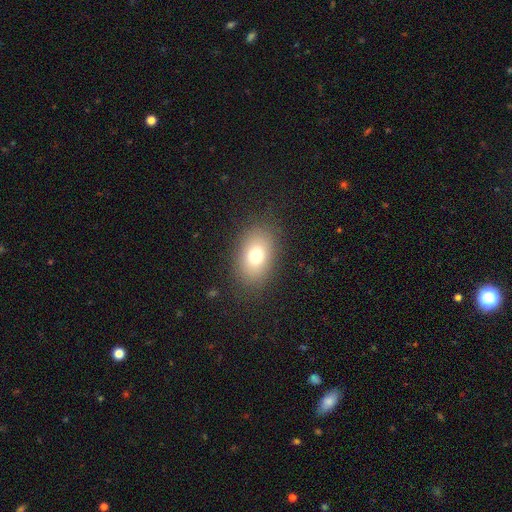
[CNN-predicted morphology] A smooth galaxy with no disk features (75%) that is in between round and cigar-shaped (81%). Merging: none (83%).